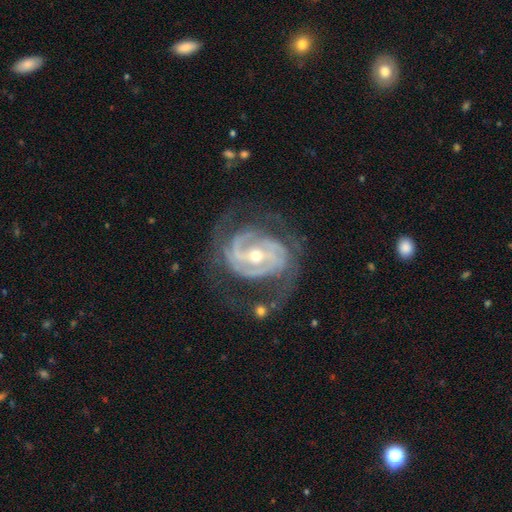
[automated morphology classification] type=featured or disk (91%); edge-on=no (97%); bar=weak (40%); spiral arms=yes (97%); winding=tight (54%); arm count=2 (42%); bulge=moderate (49%); merging=none (61%).